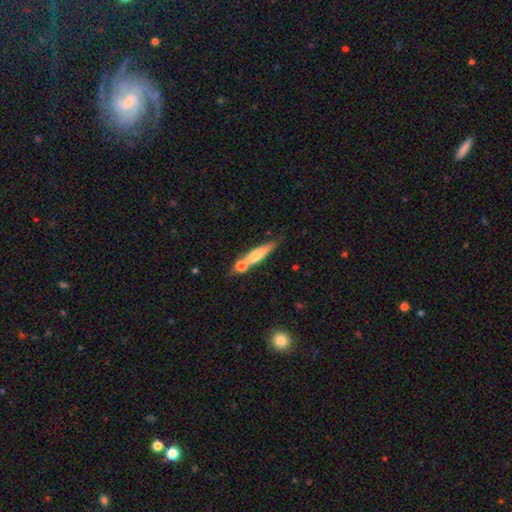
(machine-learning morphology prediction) Smooth or featured? smooth (49%)
Merging? none (53%)